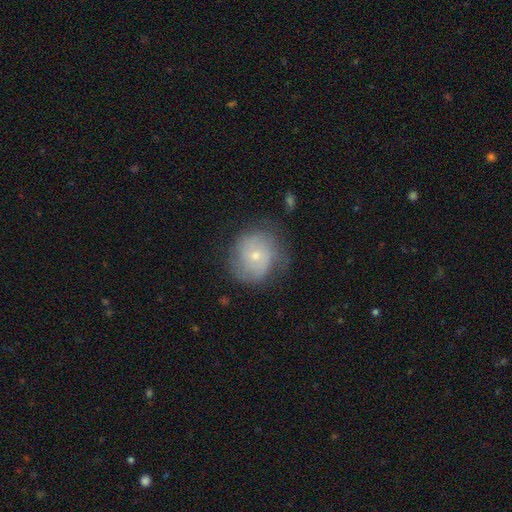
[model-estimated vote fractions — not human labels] Smooth or featured?
  - featured or disk: 55% *
  - smooth: 36%
  - star or artifact: 9%
Edge-on disk?
  - no: 97% *
  - yes: 3%
Bar?
  - no: 77% *
  - weak: 19%
  - strong: 4%
Spiral arms?
  - yes: 75% *
  - no: 25%
Bulge size?
  - small: 69% *
  - moderate: 27%
  - none: 1%
  - large: 1%
  - dominant: 1%
Merging?
  - none: 67% *
  - minor disturbance: 22%
  - major disturbance: 10%
  - merger: 1%